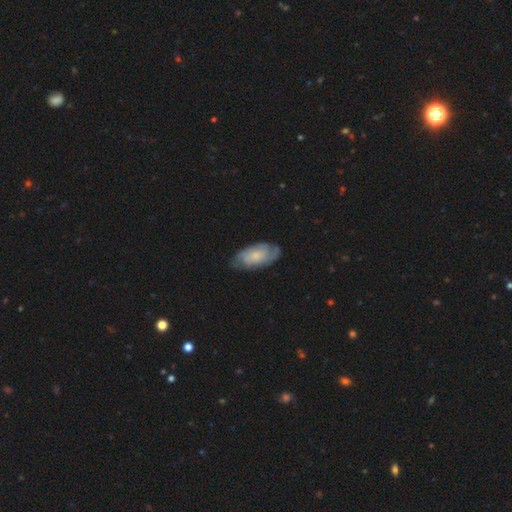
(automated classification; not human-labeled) Smooth or featured?
  - featured or disk: 60% *
  - smooth: 34%
  - star or artifact: 6%
Edge-on disk?
  - no: 93% *
  - yes: 7%
Bar?
  - no: 74% *
  - weak: 23%
  - strong: 3%
Spiral arms?
  - yes: 88% *
  - no: 12%
Bulge size?
  - small: 47% *
  - moderate: 35%
  - none: 10%
  - large: 5%
  - dominant: 1%
Merging?
  - none: 71% *
  - minor disturbance: 22%
  - major disturbance: 6%
  - merger: 1%